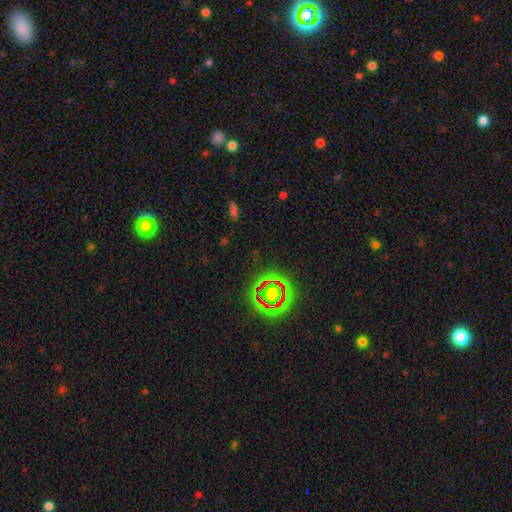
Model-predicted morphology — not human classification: smooth-or-featured: star or artifact: 69% | smooth: 19% | featured or disk: 12%